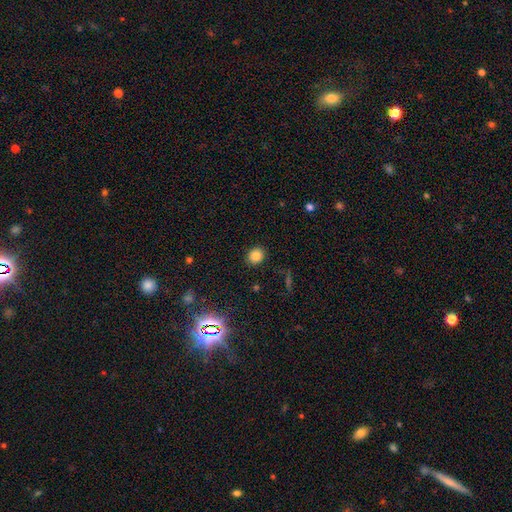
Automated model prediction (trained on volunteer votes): This appears to be a smooth galaxy with no disk features (82%) that is round (70%). Merging: none (89%).